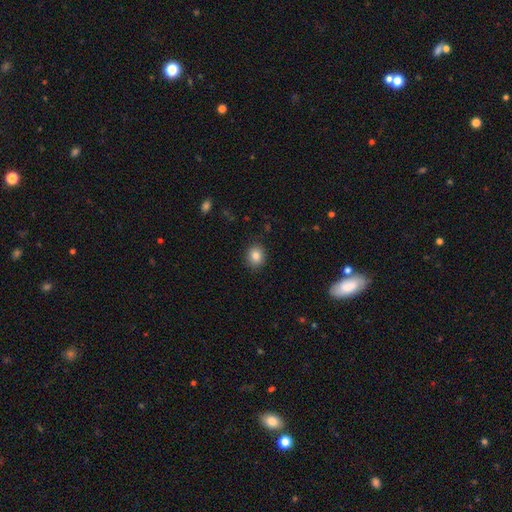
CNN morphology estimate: smooth-or-featured: smooth: 84% | star or artifact: 10% | featured or disk: 6%
  how-rounded: round: 70% | in between: 29% | cigar-shaped: 1%
  merging: none: 89% | minor disturbance: 8% | major disturbance: 2% | merger: 1%